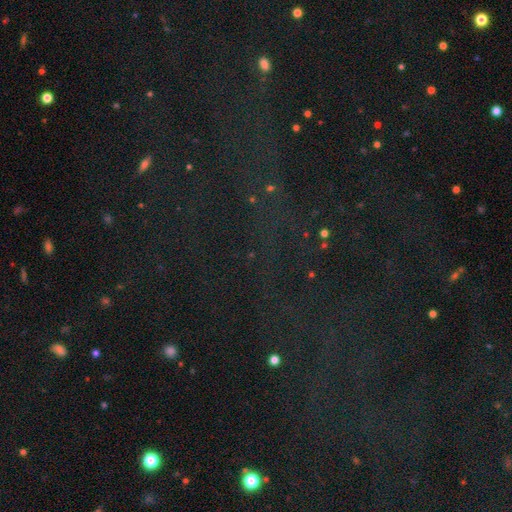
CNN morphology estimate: smooth-or-featured: star or artifact: 76% | smooth: 14% | featured or disk: 10%